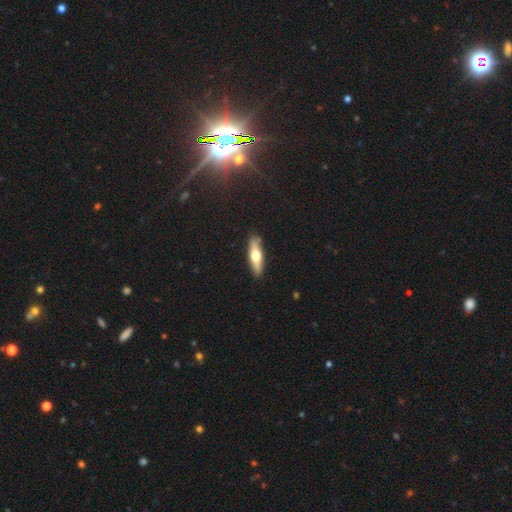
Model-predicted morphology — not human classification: This is possibly a smooth galaxy (49%). Merging: clearly none (88%).